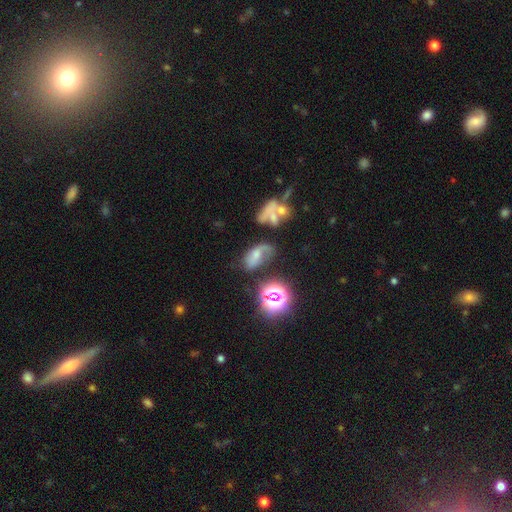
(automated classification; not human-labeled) smooth-or-featured: featured or disk: 46% | smooth: 35% | star or artifact: 19%
  merging: none: 35% | major disturbance: 27% | minor disturbance: 24% | merger: 14%